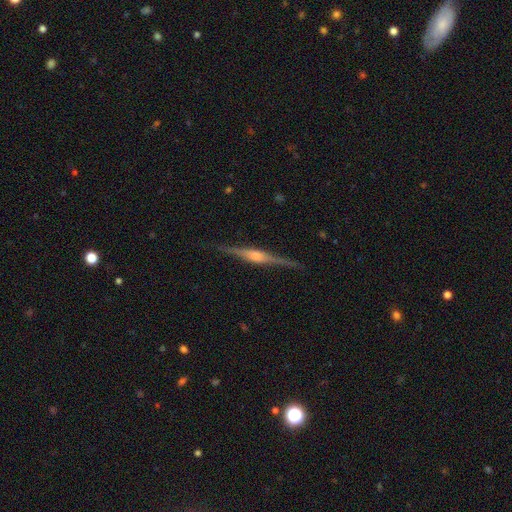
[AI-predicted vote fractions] Smooth or featured? featured or disk (81%)
Edge-on disk? yes (98%)
Edge-on bulge? rounded (72%)
Merging? none (88%)